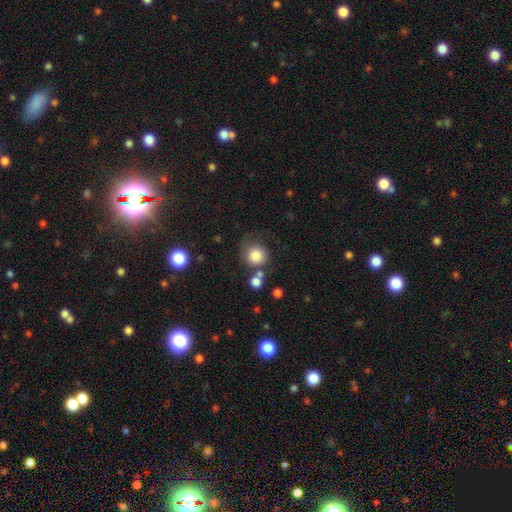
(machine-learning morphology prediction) This appears to be a smooth galaxy with no disk features (81%) that is round (88%). Merging: none (56%).